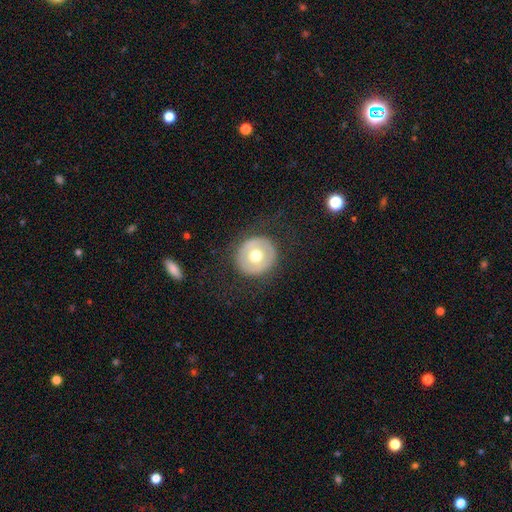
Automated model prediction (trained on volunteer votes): Overall: smooth (52%; featured or disk 41%). How rounded: round (89%). Merging: none (83%).